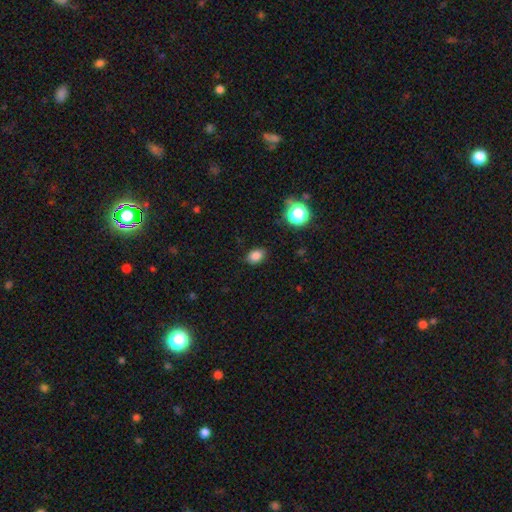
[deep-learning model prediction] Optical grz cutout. It shows a smooth galaxy with no disk features (83%) that is in between round and cigar-shaped (73%). Merging: none (84%).